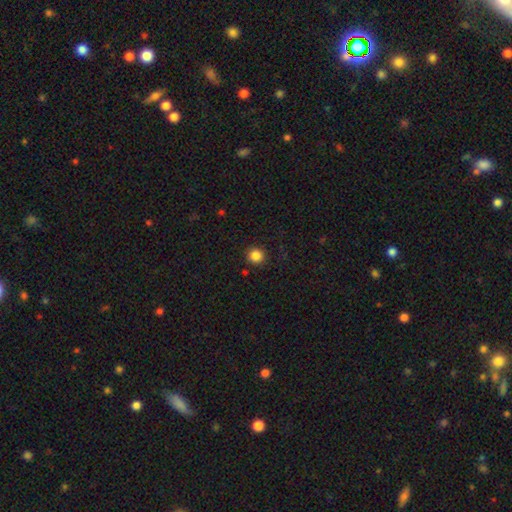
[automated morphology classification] This is clearly a smooth galaxy (85%). How rounded: clearly round (94%). Merging: clearly none (91%).